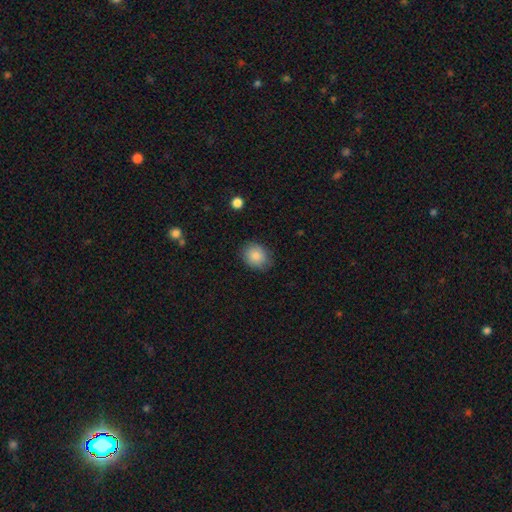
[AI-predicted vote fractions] This is clearly a smooth galaxy (87%). How rounded: possibly round (54%). Merging: clearly none (82%).